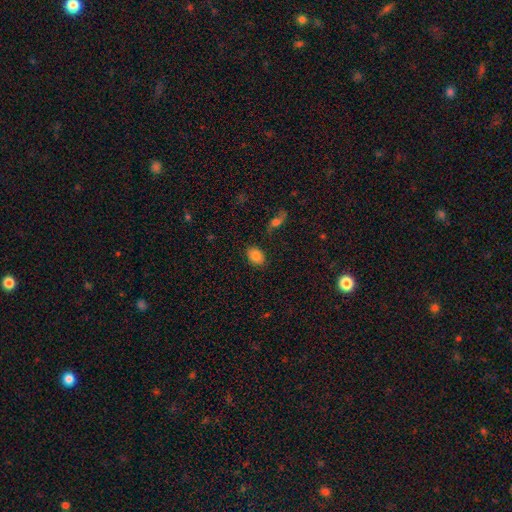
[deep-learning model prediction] smooth_or_featured: smooth (p=0.84) [alt: star or artifact p=0.09]
how_rounded: in between (p=0.78) [alt: round p=0.20]
merging: none (p=0.83) [alt: minor disturbance p=0.11]